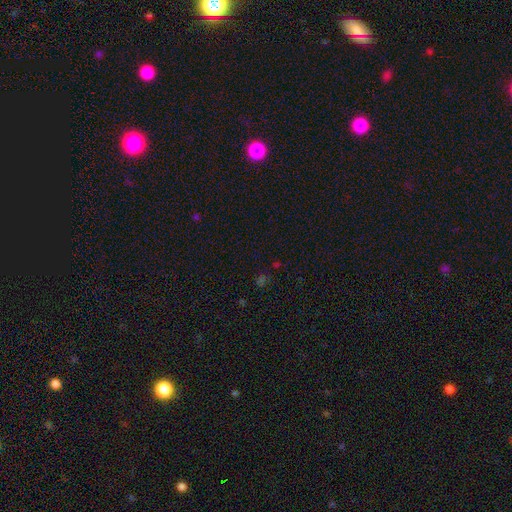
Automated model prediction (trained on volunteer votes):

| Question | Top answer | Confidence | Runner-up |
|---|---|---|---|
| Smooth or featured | star or artifact | 59% | smooth (34%) |